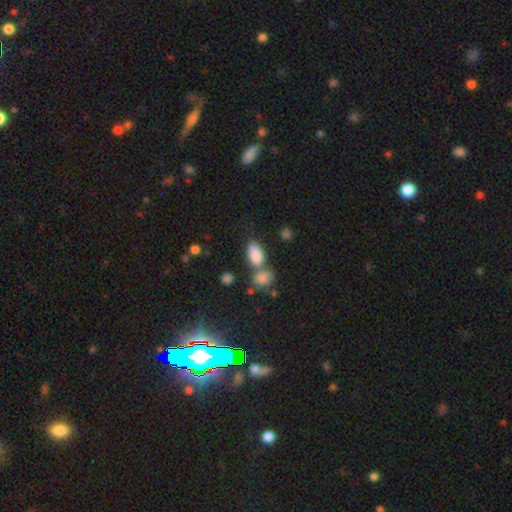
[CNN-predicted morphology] smooth 85%, star or artifact 8%, featured or disk 6%. Down the decision tree: how rounded — in between (90%); merging — none (45%).